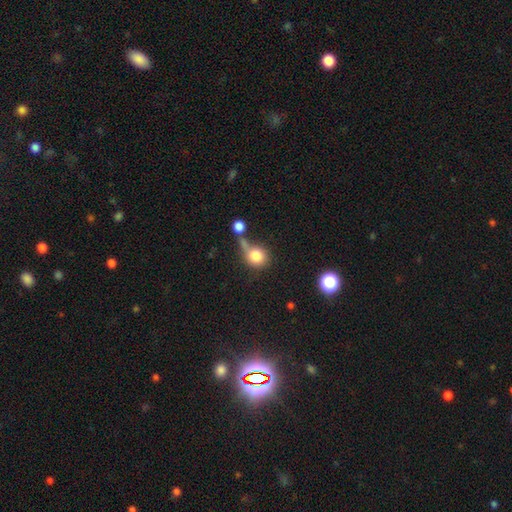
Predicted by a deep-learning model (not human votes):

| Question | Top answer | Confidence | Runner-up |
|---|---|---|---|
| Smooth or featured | smooth | 80% | star or artifact (10%) |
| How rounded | round | 82% | in between (16%) |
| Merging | none | 41% | merger (31%) |